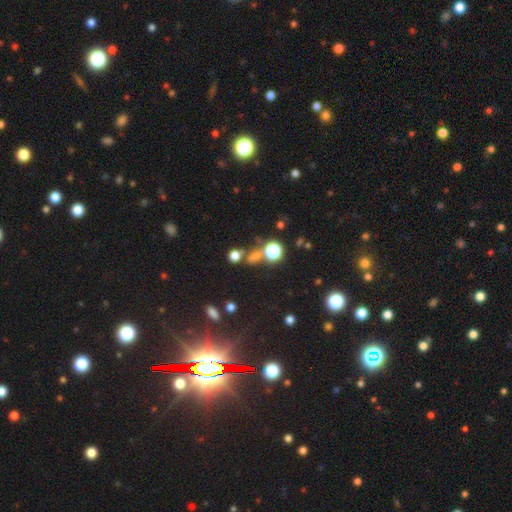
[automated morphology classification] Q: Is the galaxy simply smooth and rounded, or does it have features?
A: smooth — 46%.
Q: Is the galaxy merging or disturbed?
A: none — 59%.